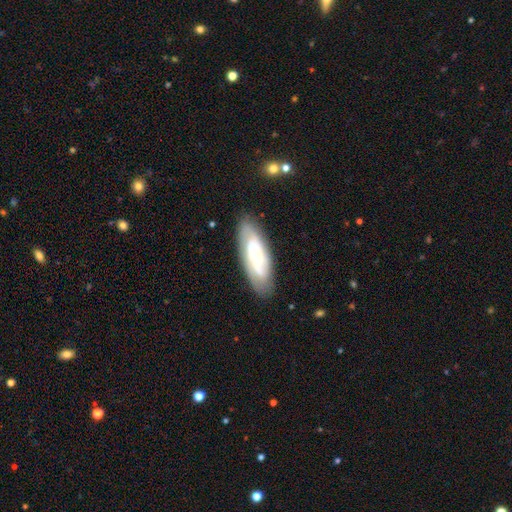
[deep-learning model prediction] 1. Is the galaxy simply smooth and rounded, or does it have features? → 62% featured or disk, 31% smooth, 7% star or artifact.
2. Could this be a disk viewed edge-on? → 84% no, 16% yes.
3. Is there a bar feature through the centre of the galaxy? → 58% no, 30% weak, 12% strong.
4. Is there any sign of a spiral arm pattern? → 83% yes, 17% no.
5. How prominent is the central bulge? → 59% small, 30% moderate, 5% large, 4% none, 2% dominant.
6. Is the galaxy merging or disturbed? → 81% none, 14% minor disturbance, 4% major disturbance, 2% merger.